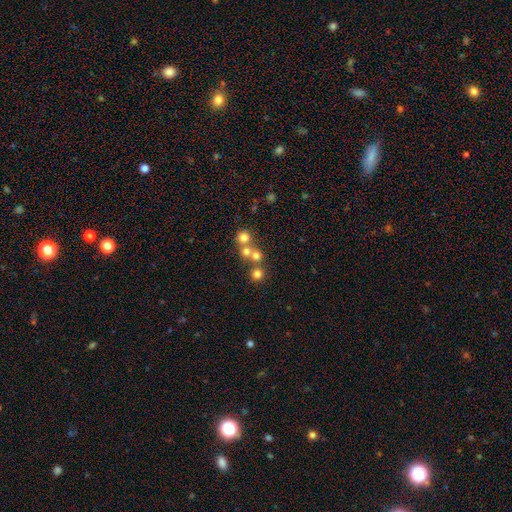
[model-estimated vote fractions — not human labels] Smooth or featured?
  - smooth: 66% *
  - star or artifact: 18%
  - featured or disk: 16%
How rounded?
  - round: 89% *
  - in between: 10%
  - cigar-shaped: 1%
Merging?
  - none: 49% *
  - merger: 42%
  - minor disturbance: 6%
  - major disturbance: 3%